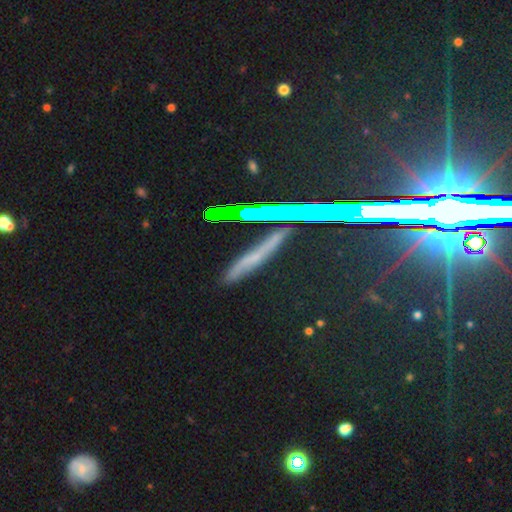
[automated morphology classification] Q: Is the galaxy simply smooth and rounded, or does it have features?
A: star or artifact — 42%.